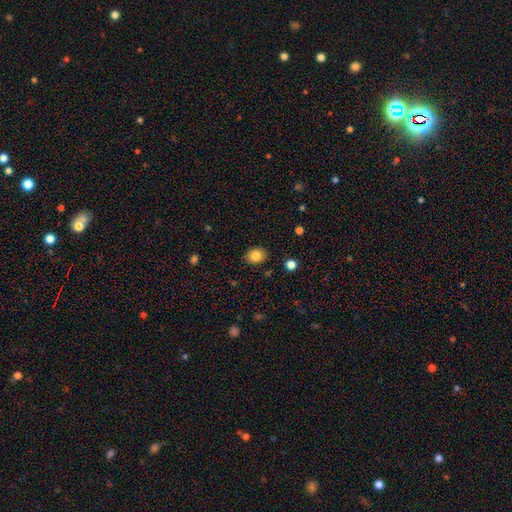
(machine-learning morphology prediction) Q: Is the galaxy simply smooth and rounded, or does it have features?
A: smooth — 84%.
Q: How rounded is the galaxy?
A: round — 57%.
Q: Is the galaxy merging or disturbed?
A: none — 87%.